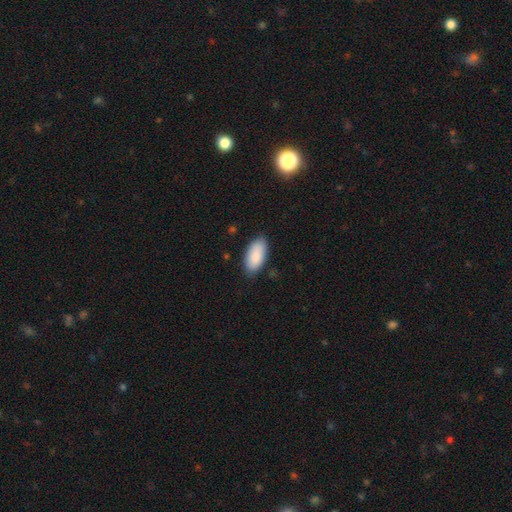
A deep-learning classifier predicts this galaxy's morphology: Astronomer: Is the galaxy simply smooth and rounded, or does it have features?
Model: smooth — 88%.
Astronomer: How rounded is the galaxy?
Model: in between — 94%.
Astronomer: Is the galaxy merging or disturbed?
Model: none — 83%.